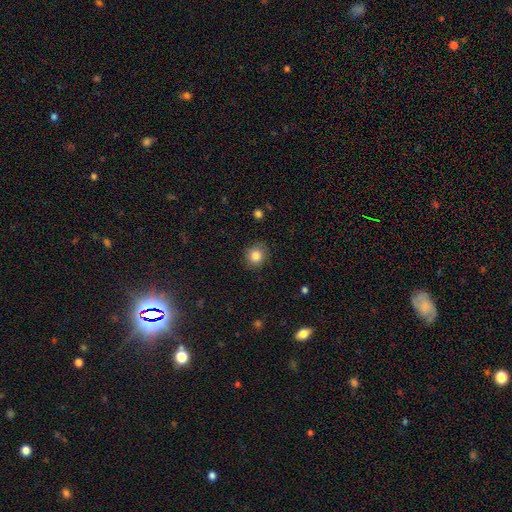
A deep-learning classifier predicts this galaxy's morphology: This appears to be a smooth galaxy with no disk features (84%) that is round (85%). Merging: none (85%).